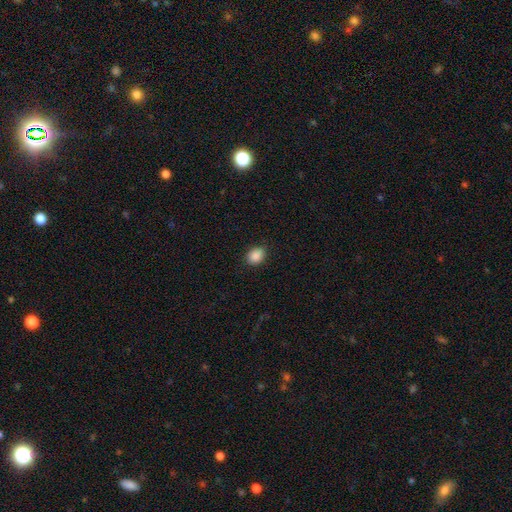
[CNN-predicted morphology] Smooth or featured? smooth (88%)
How rounded? in between (58%)
Merging? none (88%)